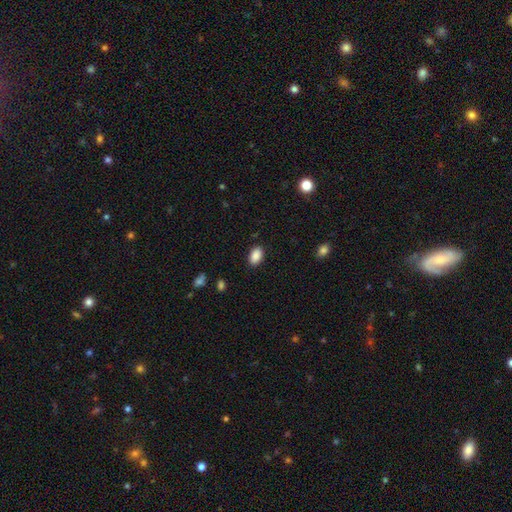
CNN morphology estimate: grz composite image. It shows a smooth galaxy with no disk features (90%) that is in between round and cigar-shaped (91%). Merging: none (87%).